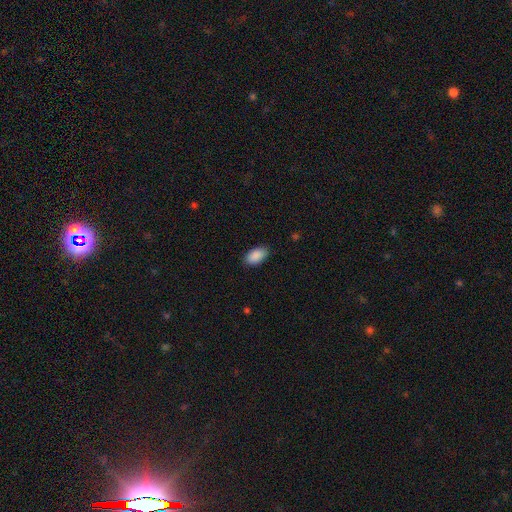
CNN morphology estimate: type=smooth (90%); roundness=in between (94%); merging=none (86%).